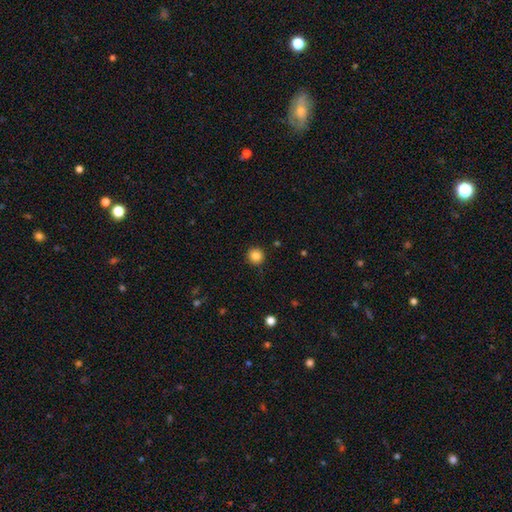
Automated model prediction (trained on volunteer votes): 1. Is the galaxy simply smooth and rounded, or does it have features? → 85% smooth, 11% star or artifact, 4% featured or disk.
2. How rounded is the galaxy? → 95% round, 4% in between, 1% cigar-shaped.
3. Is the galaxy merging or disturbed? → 91% none, 6% minor disturbance, 2% major disturbance, 1% merger.